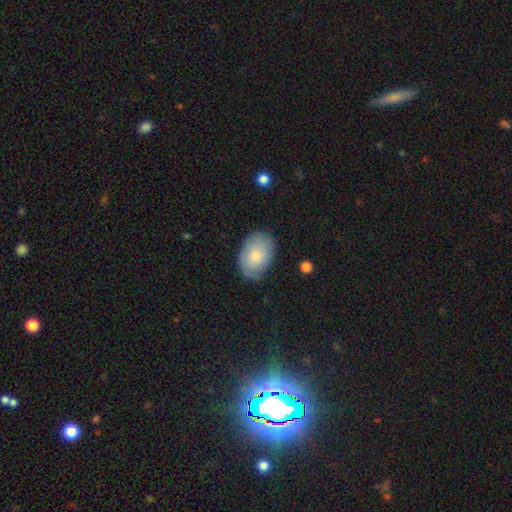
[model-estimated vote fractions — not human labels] Smooth or featured?
  - smooth: 69% *
  - featured or disk: 25%
  - star or artifact: 6%
How rounded?
  - in between: 86% *
  - round: 13%
  - cigar-shaped: 1%
Merging?
  - none: 78% *
  - minor disturbance: 17%
  - major disturbance: 4%
  - merger: 1%